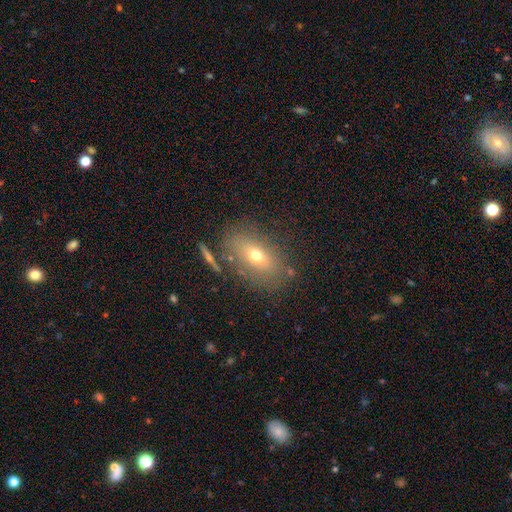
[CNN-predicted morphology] Smooth or featured? smooth (62%)
How rounded? in between (78%)
Merging? none (76%)